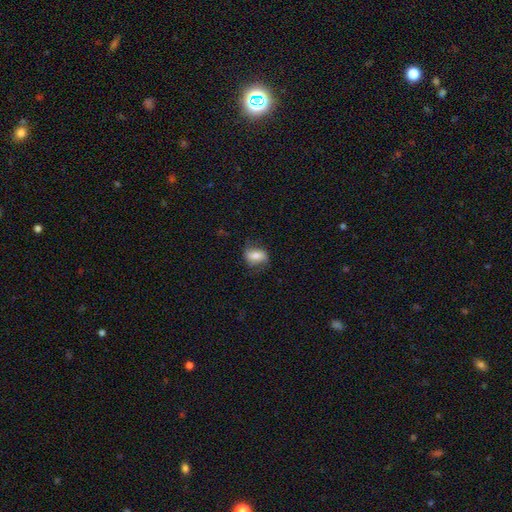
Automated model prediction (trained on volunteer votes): smooth-or-featured: smooth: 69% | featured or disk: 23% | star or artifact: 8%
  how-rounded: in between: 78% | round: 19% | cigar-shaped: 3%
  merging: none: 68% | minor disturbance: 23% | major disturbance: 8% | merger: 1%